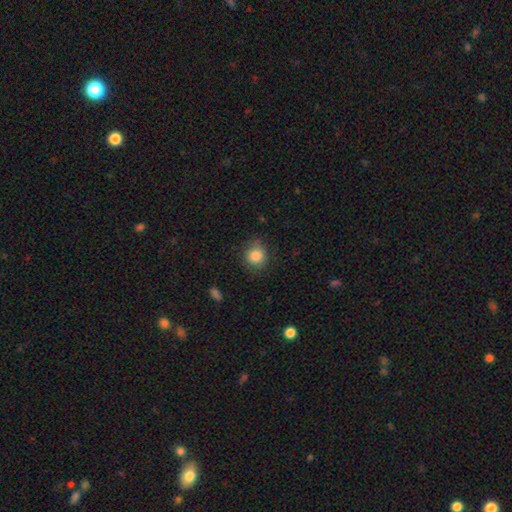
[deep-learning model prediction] Smooth or featured? Predicted: smooth (p=0.85). How rounded? Predicted: round (p=0.88). Merging? Predicted: none (p=0.80).